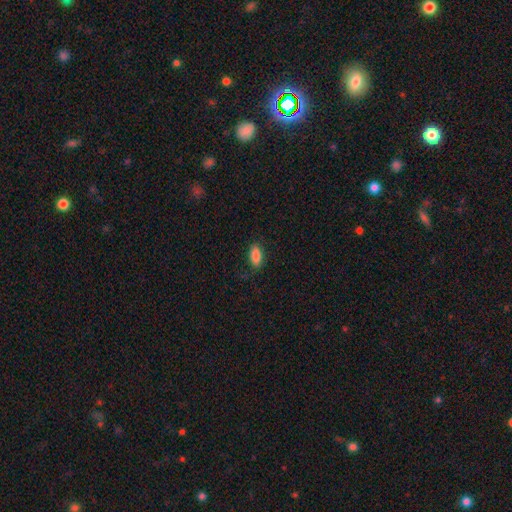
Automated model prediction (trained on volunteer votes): Smooth or featured? Predicted: smooth (p=0.87). How rounded? Predicted: in between (p=0.88). Merging? Predicted: none (p=0.82).